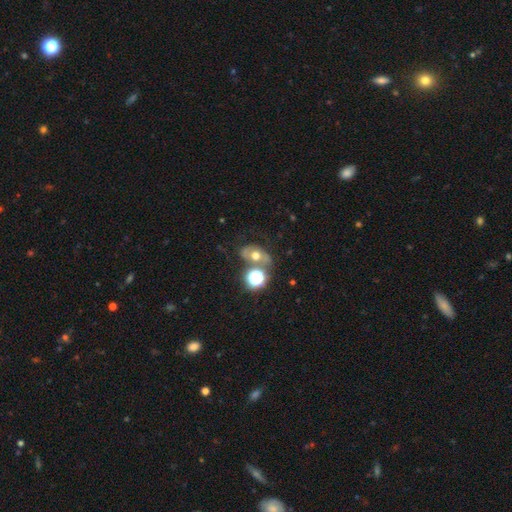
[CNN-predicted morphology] Smooth or featured: smooth — 43% (featured or disk — 38%)
Merging: none — 54% (merger — 21%)